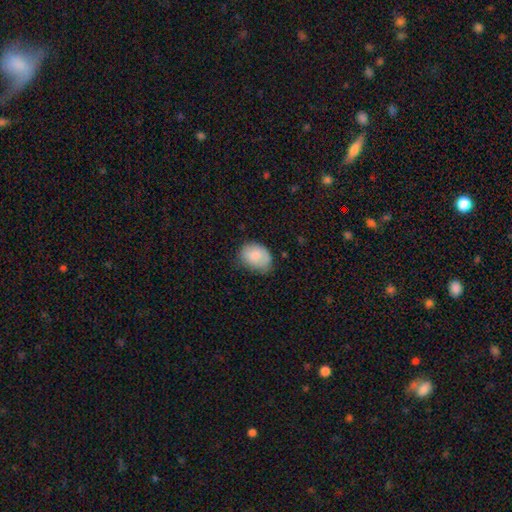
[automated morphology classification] Smooth or featured? Predicted: smooth (p=0.83). How rounded? Predicted: in between (p=0.64). Merging? Predicted: none (p=0.60).